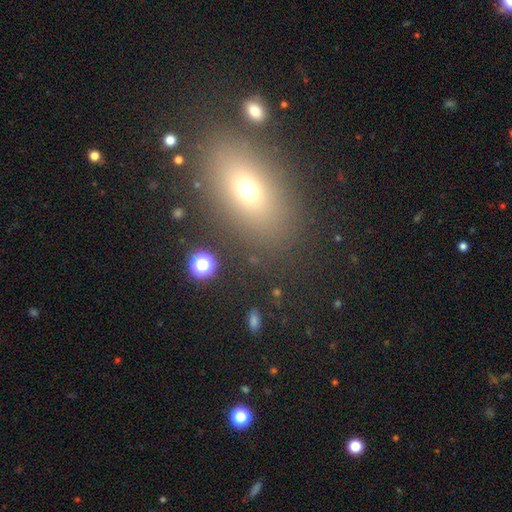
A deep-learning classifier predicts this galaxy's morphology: smooth-or-featured: smooth: 63% | star or artifact: 21% | featured or disk: 17%
  how-rounded: in between: 75% | round: 19% | cigar-shaped: 6%
  merging: none: 83% | minor disturbance: 9% | major disturbance: 5% | merger: 4%